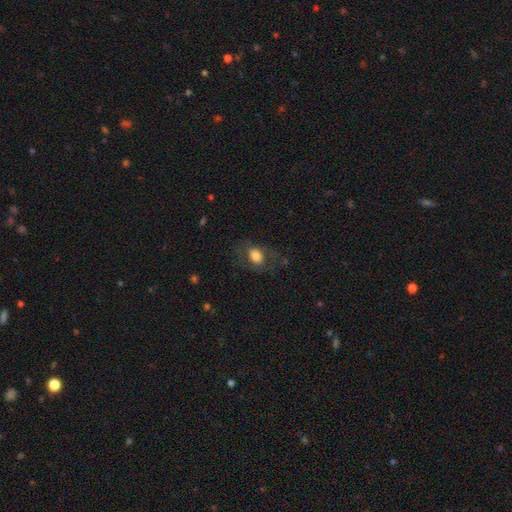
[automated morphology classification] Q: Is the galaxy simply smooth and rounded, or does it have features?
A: smooth — 70%.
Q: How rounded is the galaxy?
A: in between — 72%.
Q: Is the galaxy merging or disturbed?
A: none — 65%.